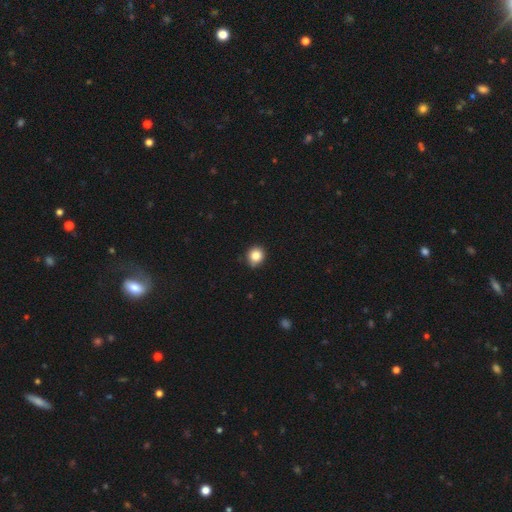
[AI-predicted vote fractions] Morphology: type=smooth (85%); roundness=round (86%); merging=none (85%).